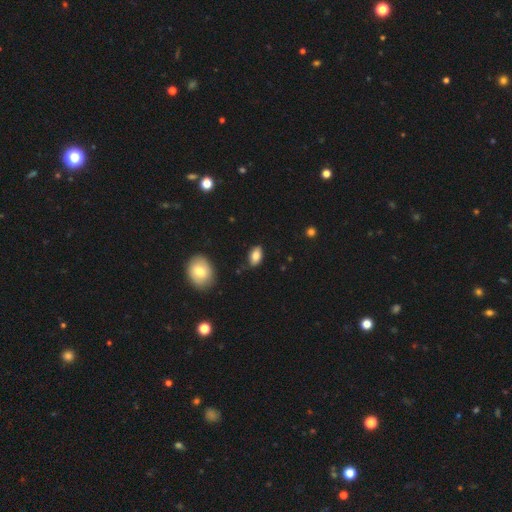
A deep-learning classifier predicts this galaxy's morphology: This appears to be a smooth galaxy with no disk features (82%) that is in between round and cigar-shaped (92%). Merging: none (81%).